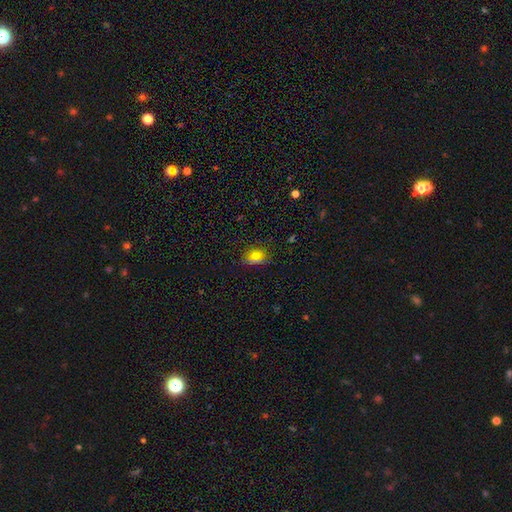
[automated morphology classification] Overall: smooth (67%). How rounded: round (50%; in between 48%). Merging: none (76%).